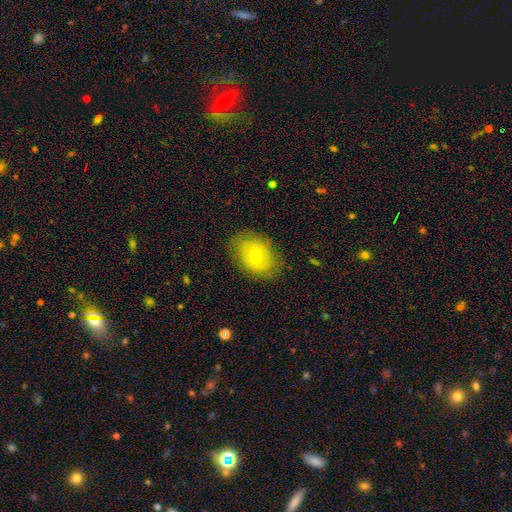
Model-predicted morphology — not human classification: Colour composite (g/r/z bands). It shows a smooth galaxy with no disk features (51%) that is in between round and cigar-shaped (69%). Merging: none (77%).